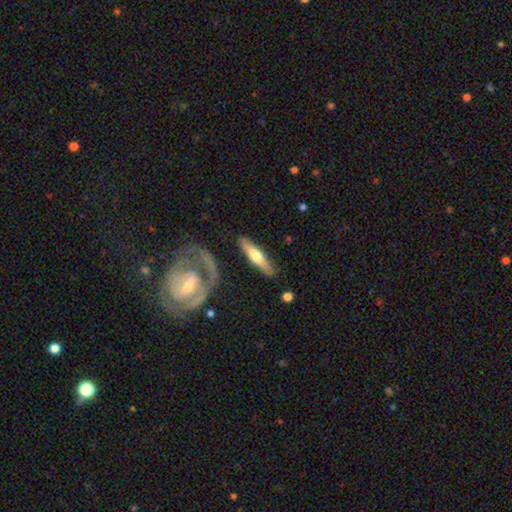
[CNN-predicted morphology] This is possibly a featured or disk galaxy (49%). Merging: clearly none (84%).